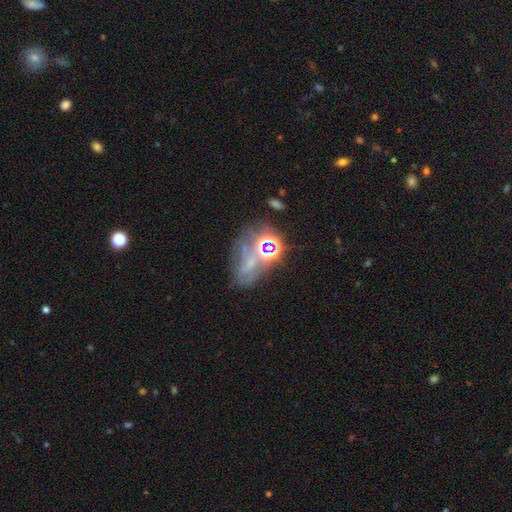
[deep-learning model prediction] Morphology: type=star or artifact (40%).